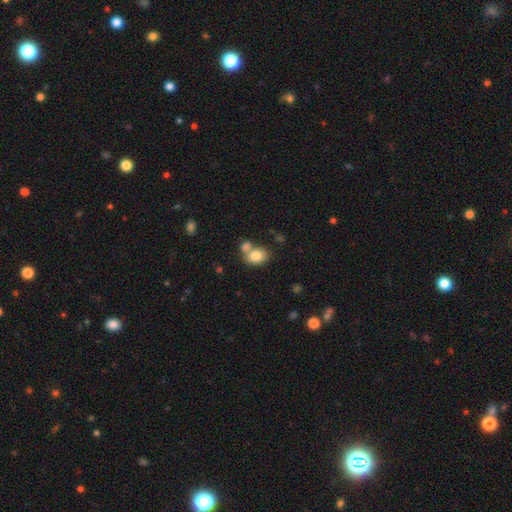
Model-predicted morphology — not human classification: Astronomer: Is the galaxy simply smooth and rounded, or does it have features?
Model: smooth — 81%.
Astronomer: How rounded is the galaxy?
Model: in between — 65%.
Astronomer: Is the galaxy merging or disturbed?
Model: none — 46% (runner-up: merger, 40%).